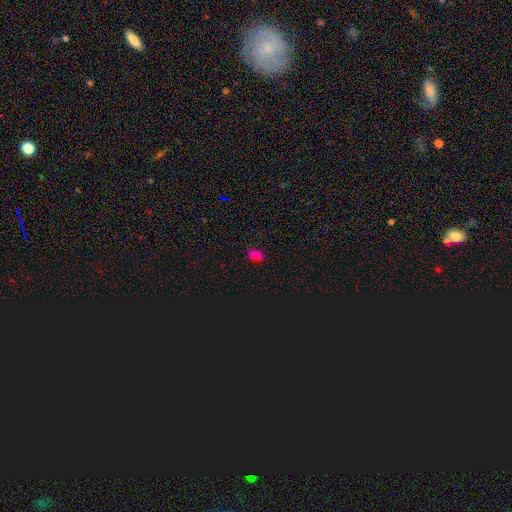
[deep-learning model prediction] A smooth galaxy with no disk features (75%) that is in between round and cigar-shaped (79%). Merging: none (84%).